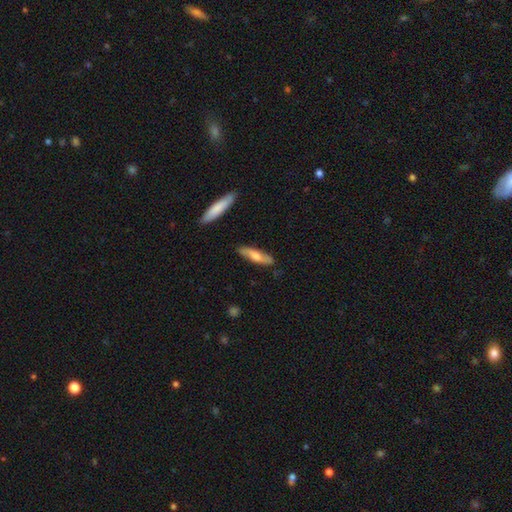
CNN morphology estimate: A smooth galaxy with no disk features (57%) that is cigar-shaped (71%). Merging: none (84%).